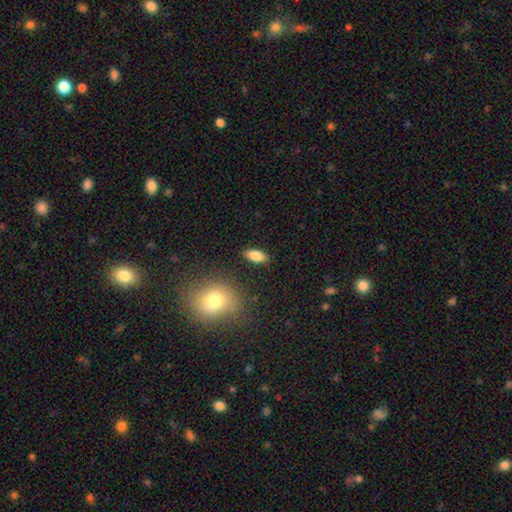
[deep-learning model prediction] Smooth or featured?
  - smooth: 83% *
  - featured or disk: 10%
  - star or artifact: 8%
How rounded?
  - in between: 84% *
  - cigar-shaped: 13%
  - round: 3%
Merging?
  - none: 87% *
  - minor disturbance: 9%
  - major disturbance: 2%
  - merger: 2%